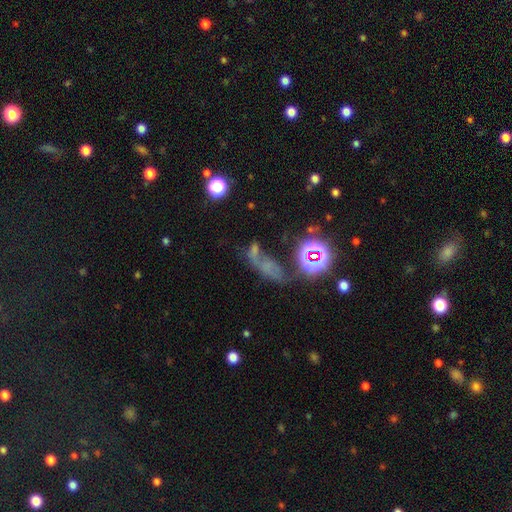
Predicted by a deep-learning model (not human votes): Overall: smooth (41%; star or artifact 33%). Merging: none (31%; merger 28%).